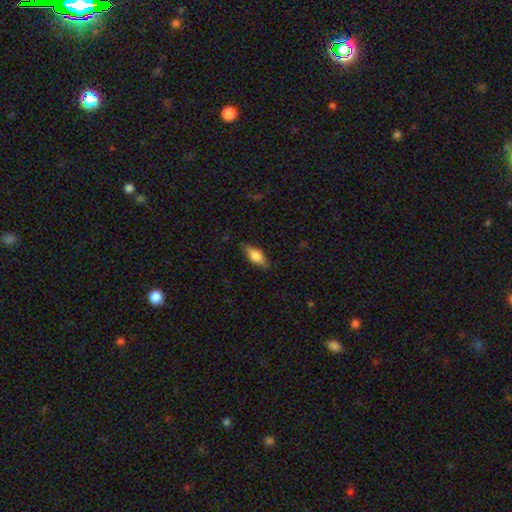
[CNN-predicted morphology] This appears to be a smooth galaxy with no disk features (72%) that is in between round and cigar-shaped (75%). Merging: none (82%).